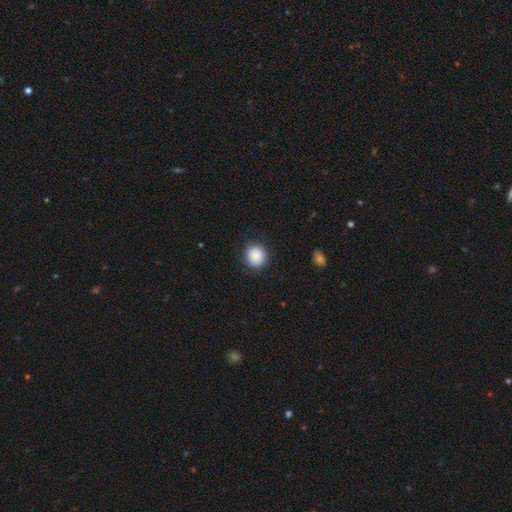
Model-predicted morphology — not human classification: This appears to be a smooth galaxy with no disk features (87%) that is round (86%). Merging: none (86%).